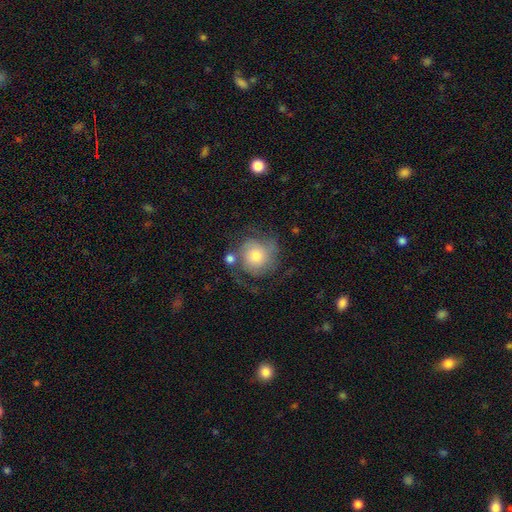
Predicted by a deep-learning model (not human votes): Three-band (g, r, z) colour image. It shows a featured or disk galaxy (56%) with no bar (80%), spiral arms (84%) and a moderate central bulge (56%). Merging: none (53%).